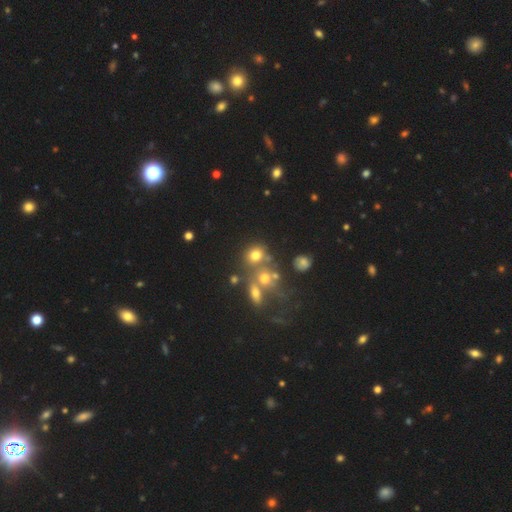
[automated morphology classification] Smooth or featured? smooth (65%)
How rounded? round (71%)
Merging? none (46%)